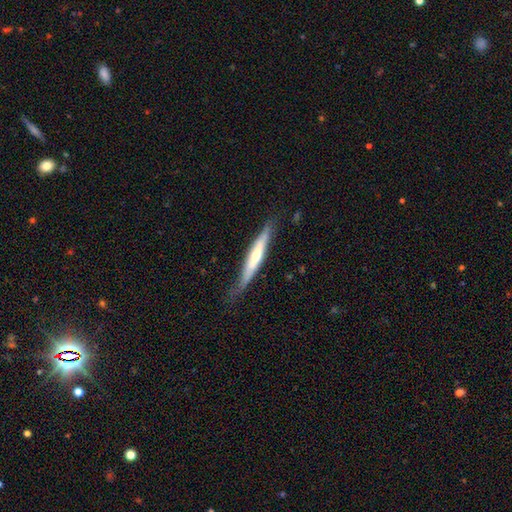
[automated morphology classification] smooth_or_featured: featured or disk (p=0.59) [alt: smooth p=0.36]
disk_edge_on: yes (p=0.89) [alt: no p=0.11]
edge_on_bulge: rounded (p=0.70) [alt: none p=0.22]
merging: none (p=0.74) [alt: minor disturbance p=0.20]